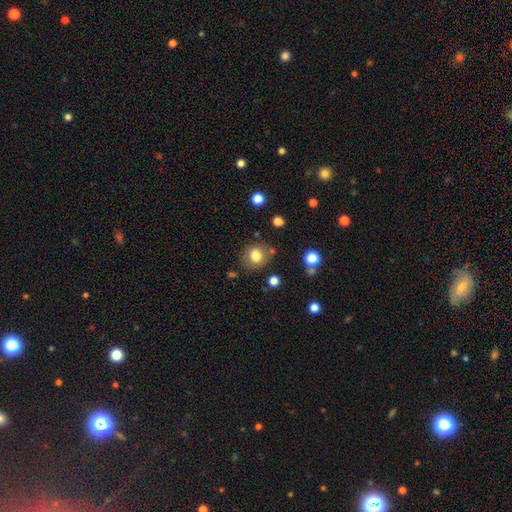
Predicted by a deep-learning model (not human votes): smooth_or_featured: smooth (p=0.80) [alt: star or artifact p=0.11]
how_rounded: round (p=0.78) [alt: in between p=0.21]
merging: none (p=0.79) [alt: minor disturbance p=0.12]